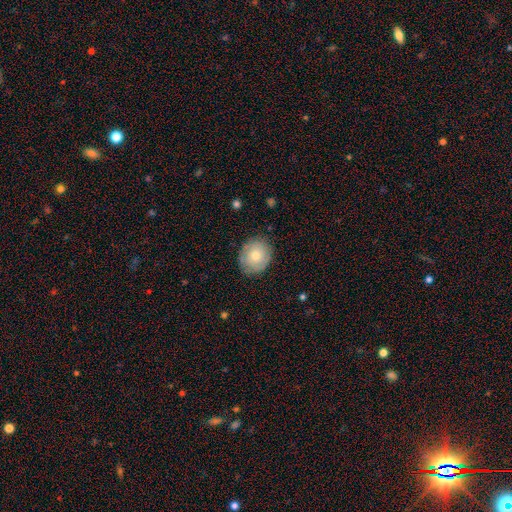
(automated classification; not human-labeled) smooth 68%, featured or disk 25%, star or artifact 7%. Down the decision tree: how rounded — round (67%); merging — none (83%).